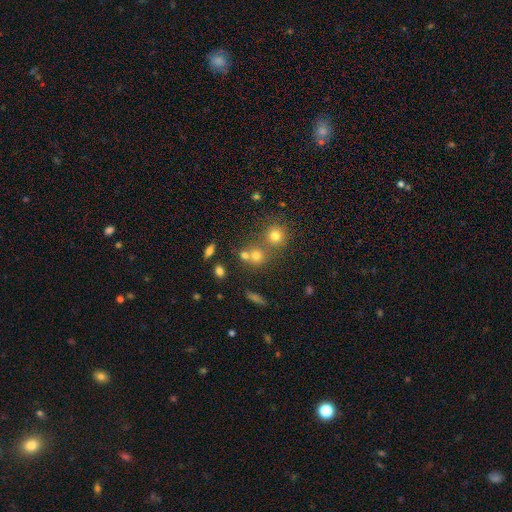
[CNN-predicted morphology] type=smooth (67%); roundness=round (77%); merging=none (51%).